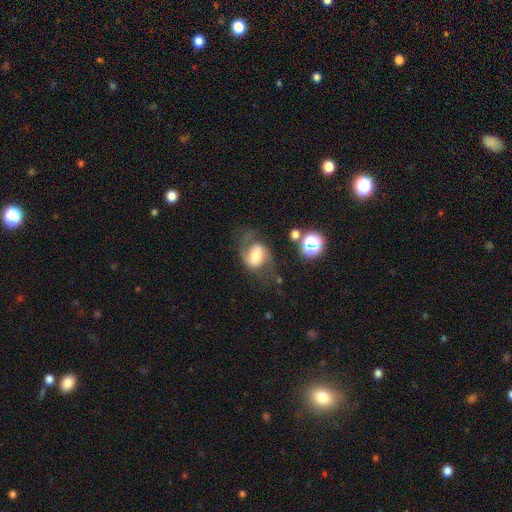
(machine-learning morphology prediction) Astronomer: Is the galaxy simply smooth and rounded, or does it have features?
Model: featured or disk — 61%.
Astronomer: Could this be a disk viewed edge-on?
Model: no — 96%.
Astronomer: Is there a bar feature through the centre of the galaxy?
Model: weak — 41% (runner-up: no, 30%).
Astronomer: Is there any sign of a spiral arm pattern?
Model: yes — 88%.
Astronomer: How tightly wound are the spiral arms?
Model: medium — 45% (runner-up: loose, 42%).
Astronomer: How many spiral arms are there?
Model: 2 — 84%.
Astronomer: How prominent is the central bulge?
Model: moderate — 48%.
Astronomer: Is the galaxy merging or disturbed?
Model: none — 56%.